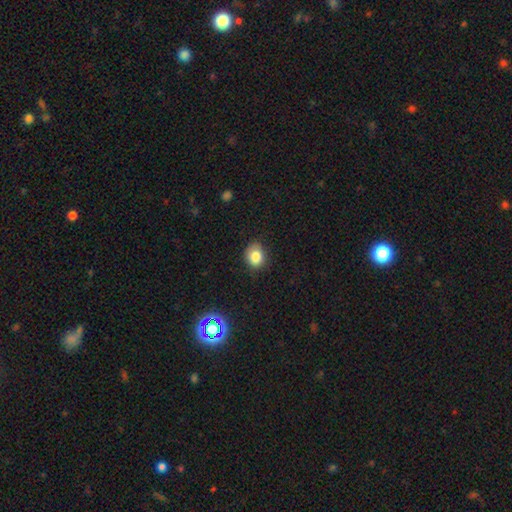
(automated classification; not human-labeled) Smooth or featured? Predicted: smooth (p=0.82). How rounded? Predicted: round (p=0.59). Merging? Predicted: none (p=0.75).